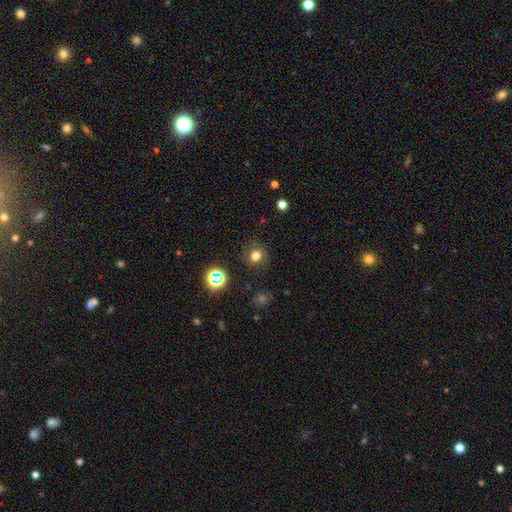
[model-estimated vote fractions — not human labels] Smooth or featured? smooth (72%)
How rounded? round (84%)
Merging? none (82%)